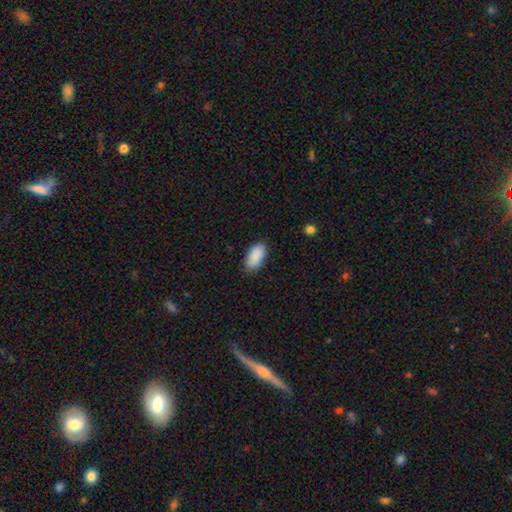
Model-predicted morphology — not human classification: Smooth or featured: smooth — 89% (star or artifact — 6%)
How rounded: in between — 94% (cigar-shaped — 3%)
Merging: none — 82% (minor disturbance — 14%)